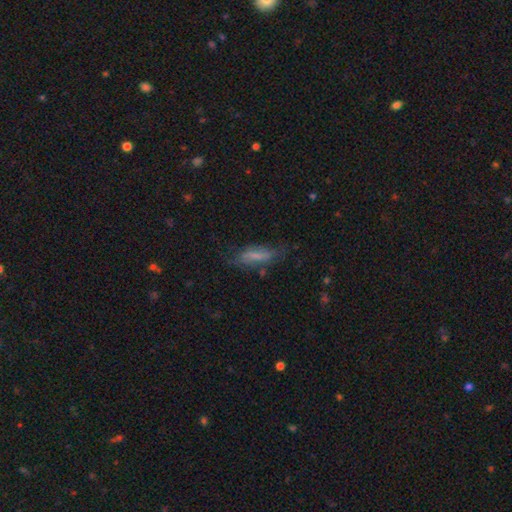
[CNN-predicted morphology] This appears to be a smooth galaxy with no disk features (51%) that is in between round and cigar-shaped (55%). Merging: none (59%).